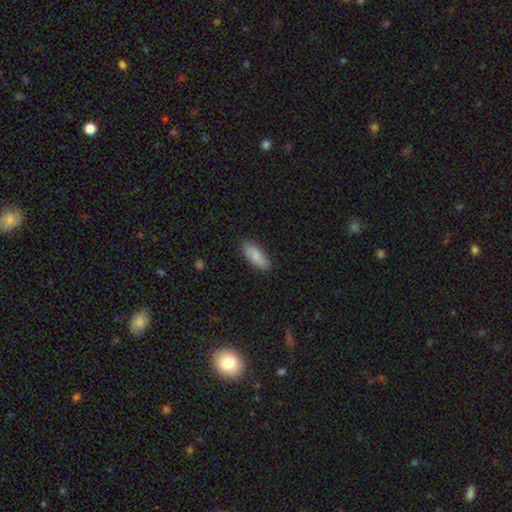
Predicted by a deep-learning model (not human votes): A smooth galaxy with no disk features (86%) that is in between round and cigar-shaped (79%). Merging: none (86%).